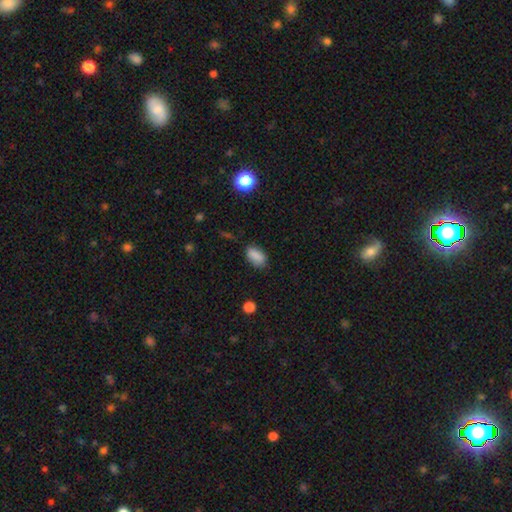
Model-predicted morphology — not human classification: Smooth or featured?
  - smooth: 86% *
  - star or artifact: 9%
  - featured or disk: 5%
How rounded?
  - in between: 89% *
  - round: 6%
  - cigar-shaped: 5%
Merging?
  - none: 79% *
  - minor disturbance: 15%
  - major disturbance: 3%
  - merger: 2%